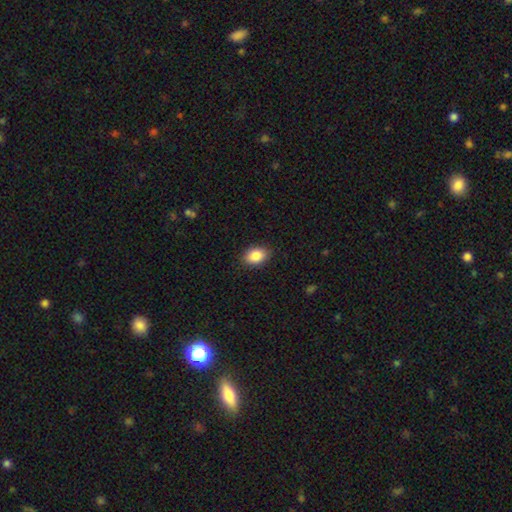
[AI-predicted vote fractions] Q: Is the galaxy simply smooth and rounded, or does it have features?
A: smooth — 87%.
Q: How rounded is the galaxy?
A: in between — 84%.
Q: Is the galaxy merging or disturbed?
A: none — 88%.